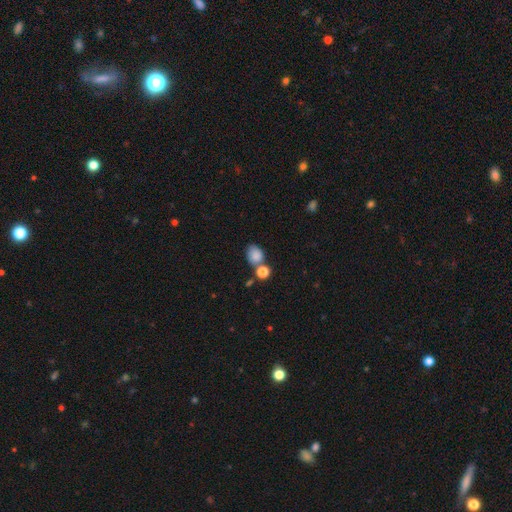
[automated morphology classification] Q: Smooth or featured?
A: smooth (83%); runner-up: star or artifact (10%)
Q: How rounded?
A: in between (57%); runner-up: round (42%)
Q: Merging?
A: none (52%); runner-up: merger (28%)